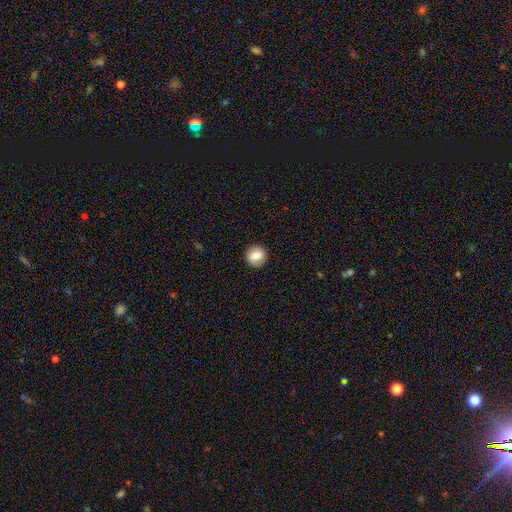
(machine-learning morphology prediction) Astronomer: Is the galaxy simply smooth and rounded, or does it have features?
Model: smooth — 77%.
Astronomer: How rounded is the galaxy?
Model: round — 90%.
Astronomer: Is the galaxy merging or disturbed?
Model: none — 90%.